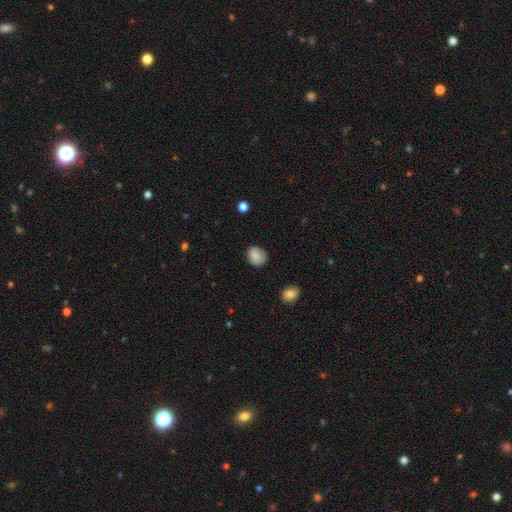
Morphology: type=smooth (87%); roundness=round (70%); merging=none (81%).